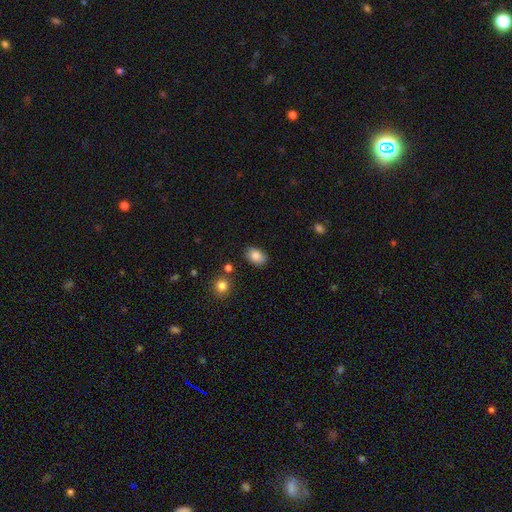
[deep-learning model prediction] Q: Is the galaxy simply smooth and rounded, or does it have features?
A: smooth — 84%.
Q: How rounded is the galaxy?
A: in between — 82%.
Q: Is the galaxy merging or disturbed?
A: none — 83%.